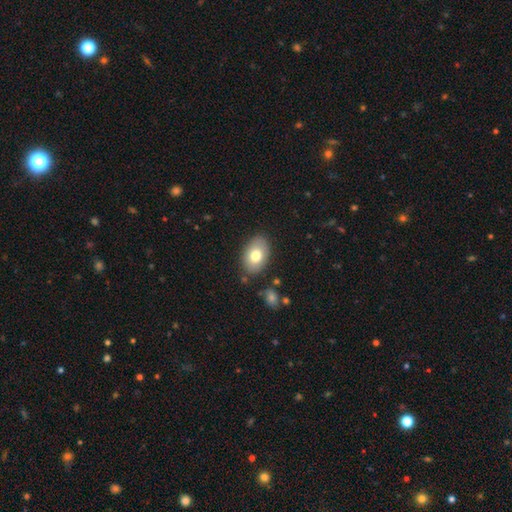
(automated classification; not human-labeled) Smooth or featured?
  - smooth: 75% *
  - featured or disk: 18%
  - star or artifact: 7%
How rounded?
  - in between: 88% *
  - round: 11%
  - cigar-shaped: 1%
Merging?
  - none: 84% *
  - minor disturbance: 11%
  - major disturbance: 3%
  - merger: 3%